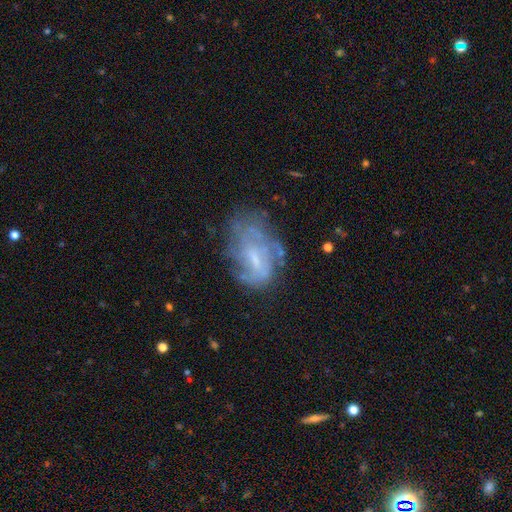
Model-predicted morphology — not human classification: Overall: featured or disk (62%; smooth 22%). Edge-on disk: no (95%). Bar: no (46%; weak 42%). Spiral arms: yes (69%; no 31%). Bulge size: small (53%; moderate 26%). Merging: none (58%; minor disturbance 22%).